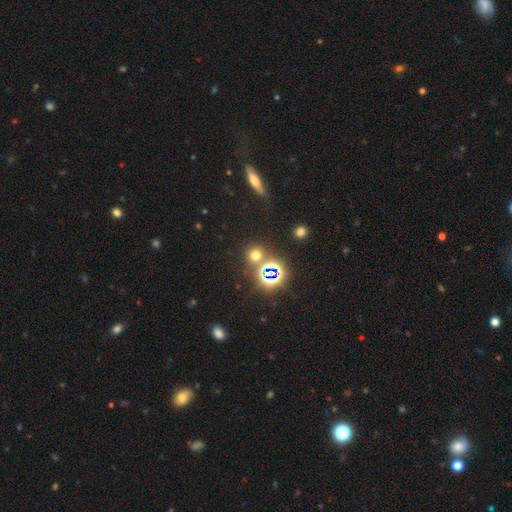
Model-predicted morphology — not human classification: smooth 56%, star or artifact 37%, featured or disk 7%. Down the decision tree: how rounded — round (87%); merging — none (76%).